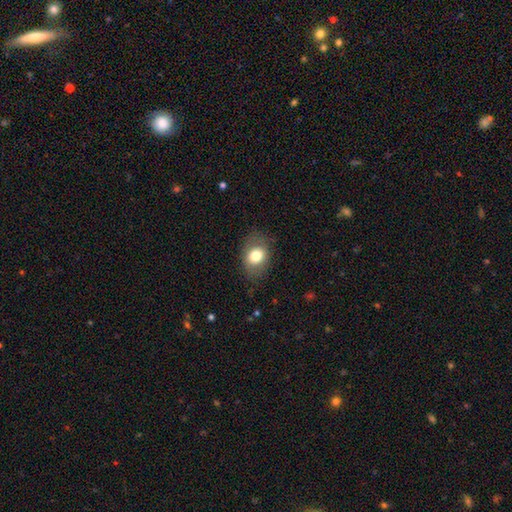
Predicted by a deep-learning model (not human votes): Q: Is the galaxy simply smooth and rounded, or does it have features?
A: smooth — 74%.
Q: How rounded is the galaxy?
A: in between — 65%.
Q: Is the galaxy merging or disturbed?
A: none — 76%.